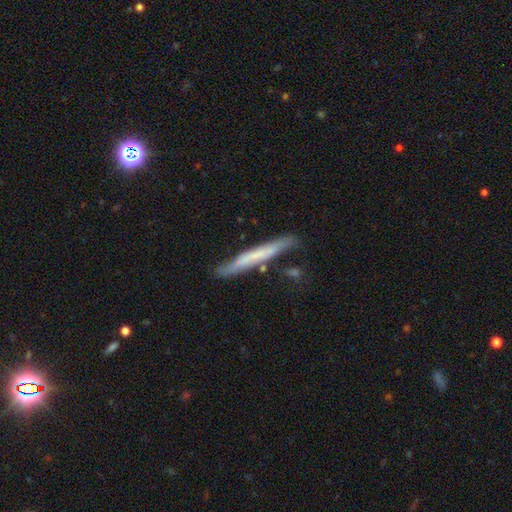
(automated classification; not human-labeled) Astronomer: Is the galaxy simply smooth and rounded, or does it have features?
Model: smooth — 49% (runner-up: featured or disk, 44%).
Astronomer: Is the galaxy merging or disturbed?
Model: none — 76%.